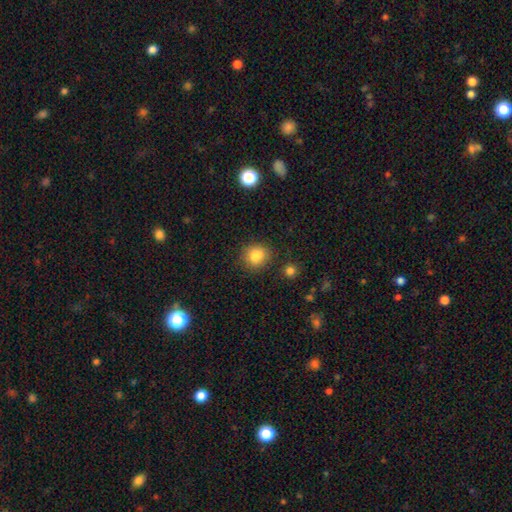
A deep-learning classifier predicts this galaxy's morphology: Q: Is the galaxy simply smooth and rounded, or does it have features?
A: smooth — 81%.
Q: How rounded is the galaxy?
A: round — 69%.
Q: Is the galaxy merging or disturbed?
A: none — 68%.